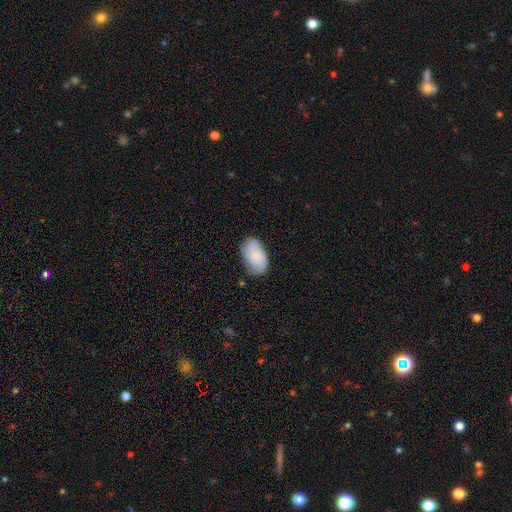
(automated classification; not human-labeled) This appears to be a smooth galaxy with no disk features (66%) that is in between round and cigar-shaped (93%). Merging: none (70%).